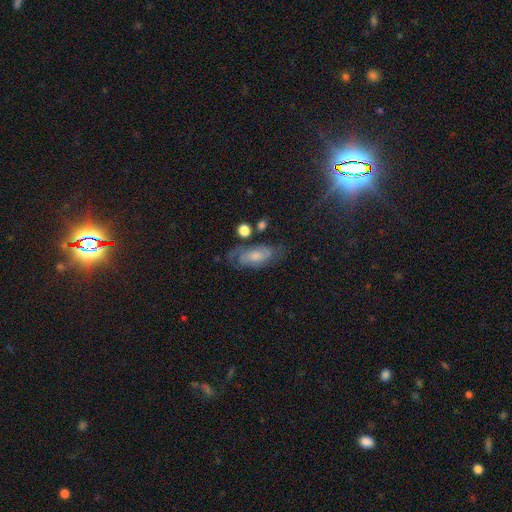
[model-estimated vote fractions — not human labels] Smooth or featured?
  - featured or disk: 65% *
  - smooth: 25%
  - star or artifact: 10%
Edge-on disk?
  - no: 92% *
  - yes: 8%
Bar?
  - no: 62% *
  - weak: 32%
  - strong: 6%
Spiral arms?
  - yes: 88% *
  - no: 12%
Spiral winding?
  - tight: 45% *
  - medium: 41%
  - loose: 13%
Spiral arm count?
  - 2: 58% *
  - can't tell: 27%
  - 3: 6%
  - 1: 6%
  - 4: 2%
  - more than 4: 2%
Bulge size?
  - small: 42% *
  - moderate: 38%
  - none: 11%
  - large: 7%
  - dominant: 2%
Merging?
  - none: 62% *
  - minor disturbance: 22%
  - major disturbance: 12%
  - merger: 4%